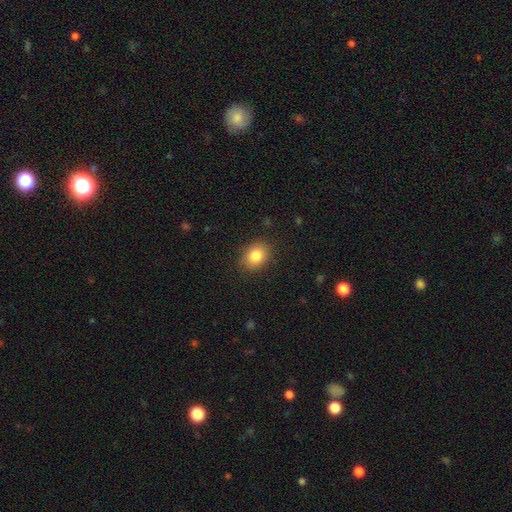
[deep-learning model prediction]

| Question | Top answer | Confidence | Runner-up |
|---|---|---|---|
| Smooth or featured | smooth | 83% | star or artifact (9%) |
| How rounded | in between | 56% | round (43%) |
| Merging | none | 87% | minor disturbance (9%) |